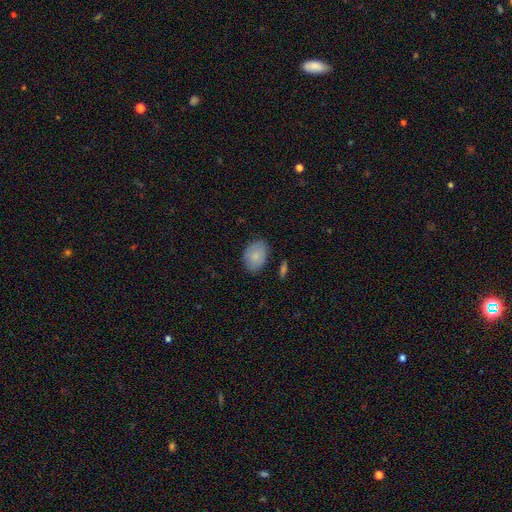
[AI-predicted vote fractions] Q: Smooth or featured?
A: smooth (82%); runner-up: featured or disk (11%)
Q: How rounded?
A: in between (81%); runner-up: round (17%)
Q: Merging?
A: none (79%); runner-up: minor disturbance (16%)